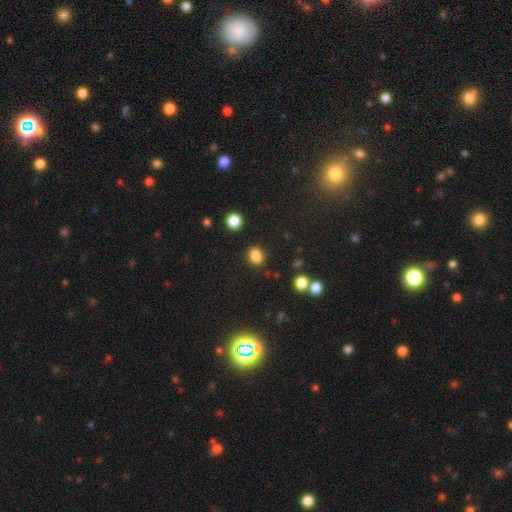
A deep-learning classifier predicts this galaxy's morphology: smooth-or-featured: smooth: 85% | star or artifact: 11% | featured or disk: 4%
  how-rounded: in between: 53% | round: 45% | cigar-shaped: 1%
  merging: none: 85% | minor disturbance: 9% | merger: 3% | major disturbance: 3%